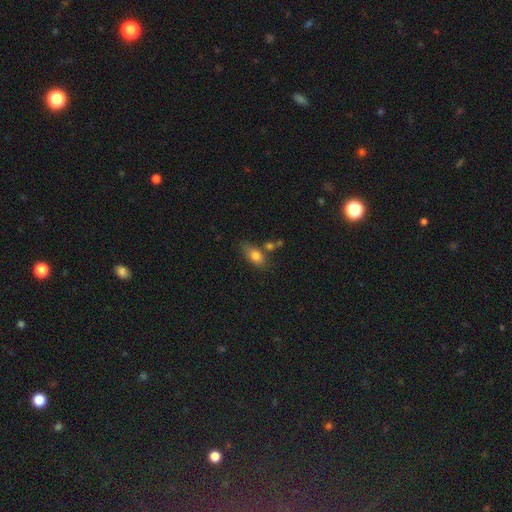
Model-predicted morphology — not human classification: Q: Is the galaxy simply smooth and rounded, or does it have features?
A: smooth — 80%.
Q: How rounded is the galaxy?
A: in between — 83%.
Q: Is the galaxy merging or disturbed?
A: none — 54%.